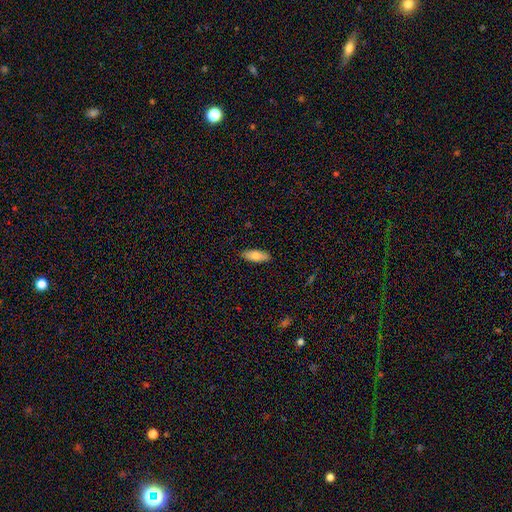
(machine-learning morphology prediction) smooth-or-featured: smooth: 80% | featured or disk: 13% | star or artifact: 6%
  how-rounded: in between: 72% | cigar-shaped: 26% | round: 2%
  merging: none: 88% | minor disturbance: 9% | major disturbance: 2% | merger: 1%